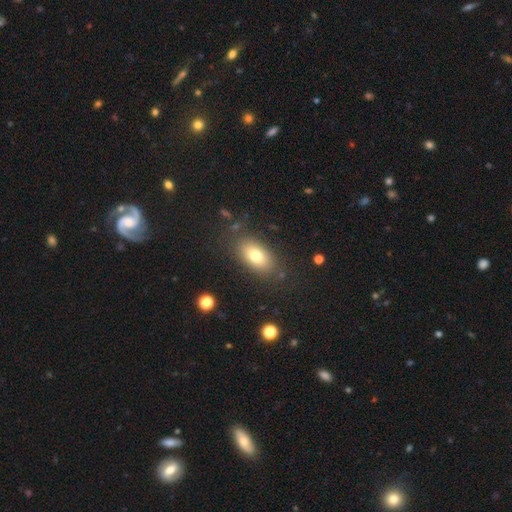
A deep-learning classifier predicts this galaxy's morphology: smooth-or-featured: smooth: 76% | featured or disk: 14% | star or artifact: 10%
  how-rounded: in between: 88% | round: 9% | cigar-shaped: 3%
  merging: none: 82% | minor disturbance: 11% | major disturbance: 5% | merger: 2%